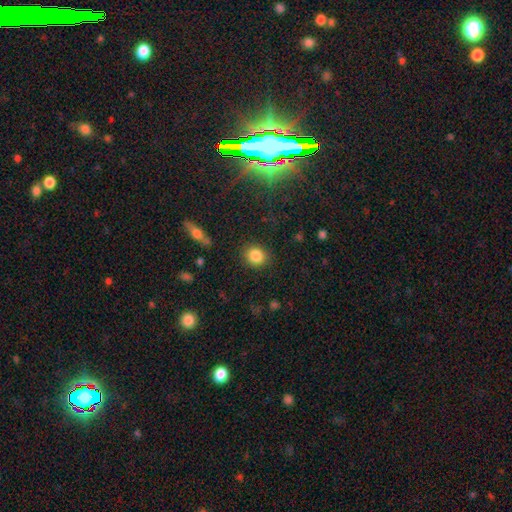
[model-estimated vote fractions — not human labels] This appears to be a smooth galaxy with no disk features (85%) that is round (79%). Merging: none (88%).